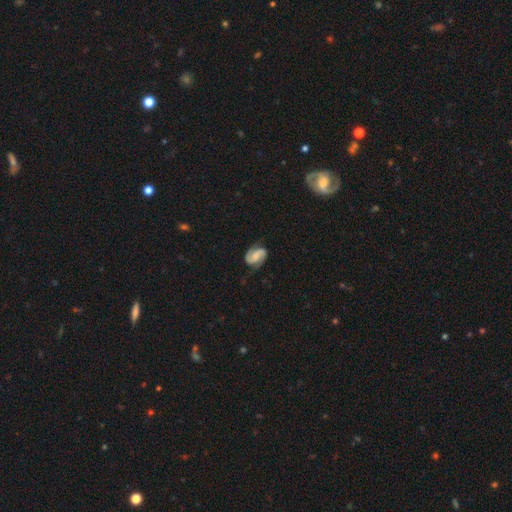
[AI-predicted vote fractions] featured or disk 83%, smooth 11%, star or artifact 6%. Down the decision tree: edge-on disk — no (98%); bar — no (40%, tied with weak); spiral arms — yes (97%); spiral arm count — 2 (93%); spiral winding — medium (49%); bulge size — none (38%); merging — none (79%).